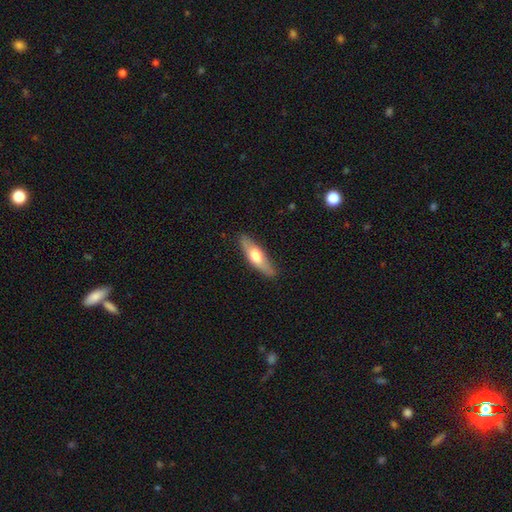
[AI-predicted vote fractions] smooth-or-featured: smooth: 53% | featured or disk: 42% | star or artifact: 5%
  how-rounded: cigar-shaped: 64% | in between: 34% | round: 2%
  merging: none: 86% | minor disturbance: 11% | major disturbance: 2% | merger: 1%